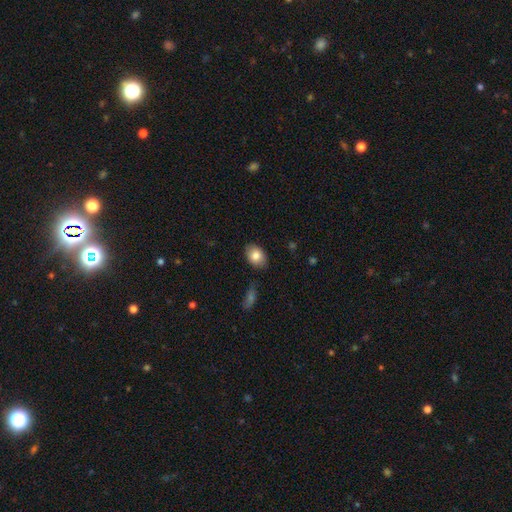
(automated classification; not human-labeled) A smooth galaxy with no disk features (82%) that is in between round and cigar-shaped (78%). Merging: none (84%).